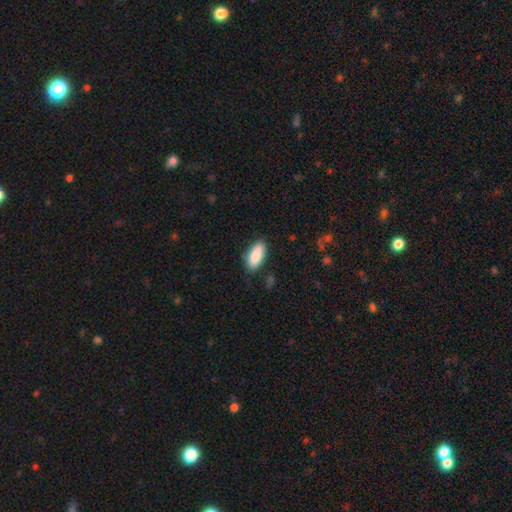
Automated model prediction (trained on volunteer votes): The model was most divided on "merging": none: 81%, minor disturbance: 14%, major disturbance: 3%, merger: 2%. More confident: smooth or featured — smooth (88%); how rounded — in between (85%).